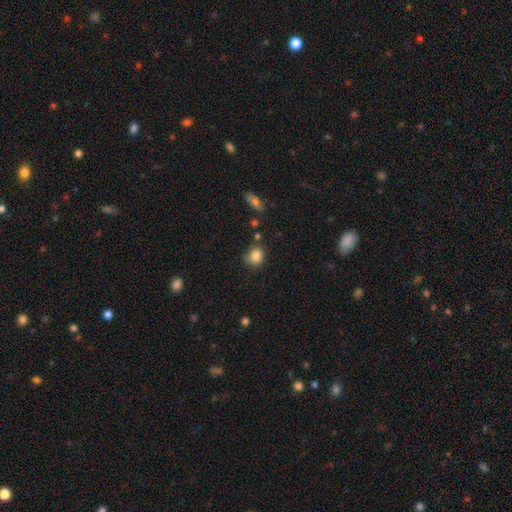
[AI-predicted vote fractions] Overall: smooth (84%). How rounded: round (70%). Merging: none (65%).